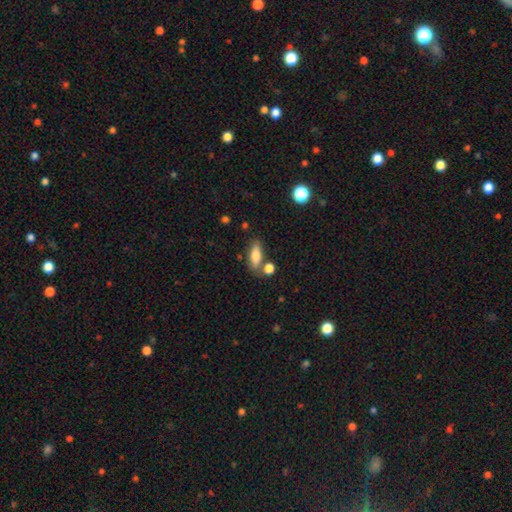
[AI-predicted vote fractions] Smooth or featured: smooth — 78% (featured or disk — 14%)
How rounded: in between — 72% (cigar-shaped — 24%)
Merging: none — 69% (minor disturbance — 14%)